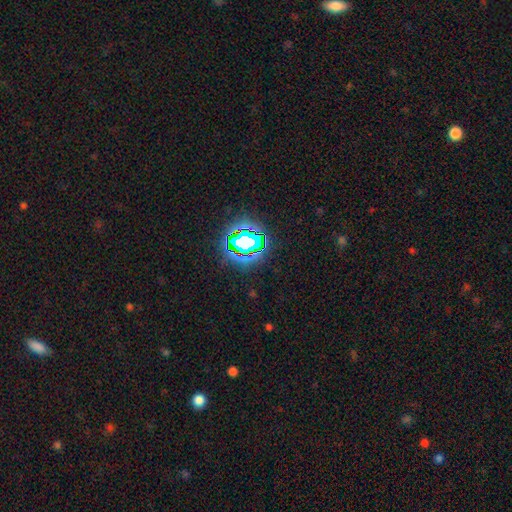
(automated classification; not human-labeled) Morphology: type=star or artifact (80%).